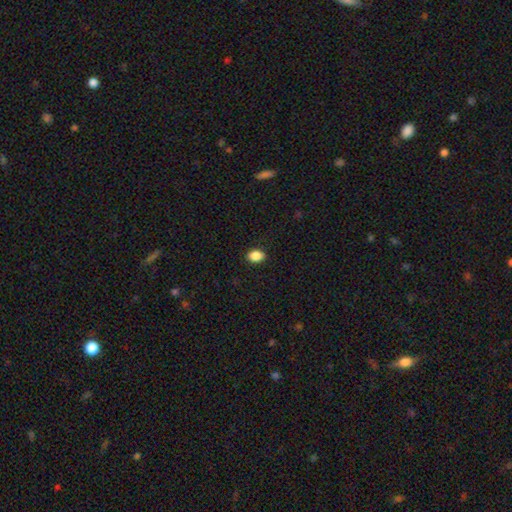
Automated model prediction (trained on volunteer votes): This appears to be a smooth galaxy with no disk features (88%) that is in between round and cigar-shaped (73%). Merging: none (90%).